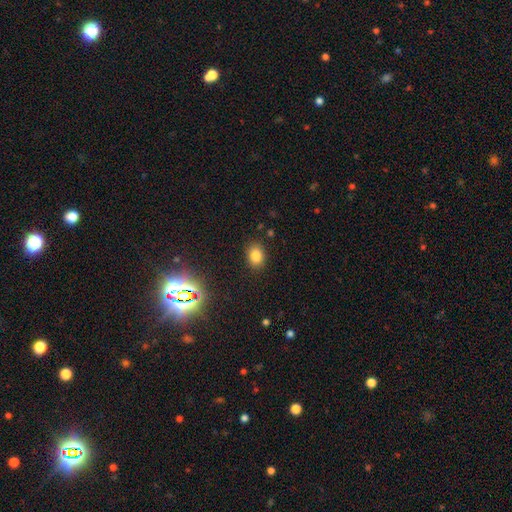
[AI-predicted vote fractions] Q: Smooth or featured?
A: smooth (80%); runner-up: star or artifact (14%)
Q: How rounded?
A: in between (66%); runner-up: round (33%)
Q: Merging?
A: none (87%); runner-up: minor disturbance (9%)